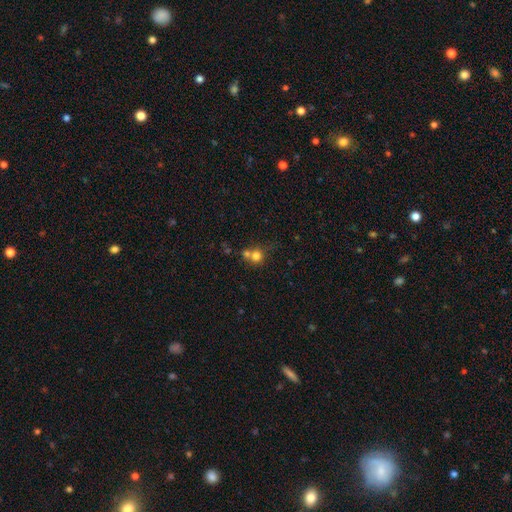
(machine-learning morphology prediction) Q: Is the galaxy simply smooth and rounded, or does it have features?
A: smooth — 74%.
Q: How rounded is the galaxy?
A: round — 84%.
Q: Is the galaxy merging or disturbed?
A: merger — 50%.